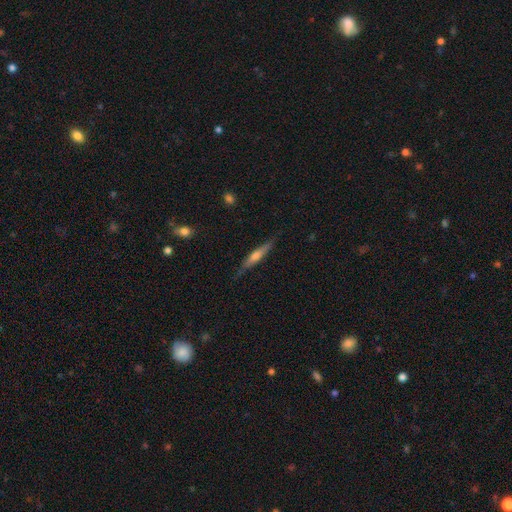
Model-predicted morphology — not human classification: The model was most divided on "smooth or featured": featured or disk: 60%, smooth: 34%, star or artifact: 6%. More confident: edge-on disk — yes (96%); merging — none (82%); edge-on bulge — rounded (72%).